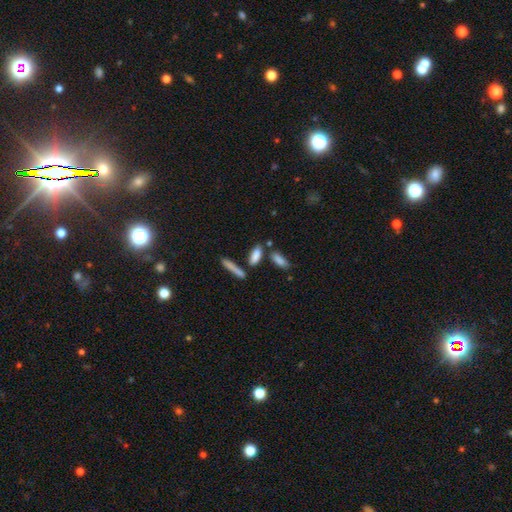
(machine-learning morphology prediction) A smooth galaxy with no disk features (80%) that is cigar-shaped (51%).

Vote fractions:
- Smooth or featured? smooth: 80% / featured or disk: 12% / star or artifact: 8%
- How rounded? cigar-shaped: 51% / in between: 46% / round: 3%
- Merging? none: 66% / merger: 16% / minor disturbance: 13% / major disturbance: 5%